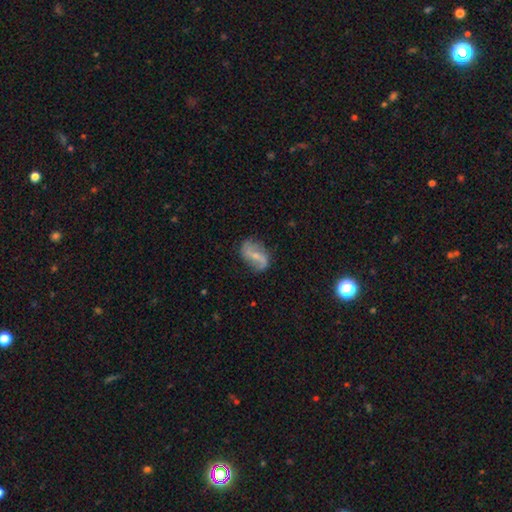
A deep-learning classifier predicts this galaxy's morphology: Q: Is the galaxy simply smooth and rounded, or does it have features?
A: featured or disk — 71%.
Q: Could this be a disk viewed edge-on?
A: no — 96%.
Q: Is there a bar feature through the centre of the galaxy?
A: weak — 40%.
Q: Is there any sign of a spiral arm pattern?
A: yes — 86%.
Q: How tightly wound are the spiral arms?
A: loose — 72%.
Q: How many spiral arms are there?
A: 2 — 88%.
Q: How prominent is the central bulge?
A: small — 62%.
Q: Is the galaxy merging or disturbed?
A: none — 68%.